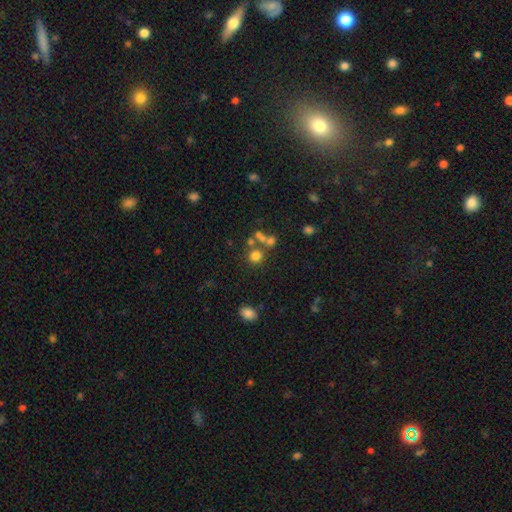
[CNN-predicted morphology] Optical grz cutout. It shows a smooth galaxy with no disk features (71%) that is round (87%). Merging: none (60%).